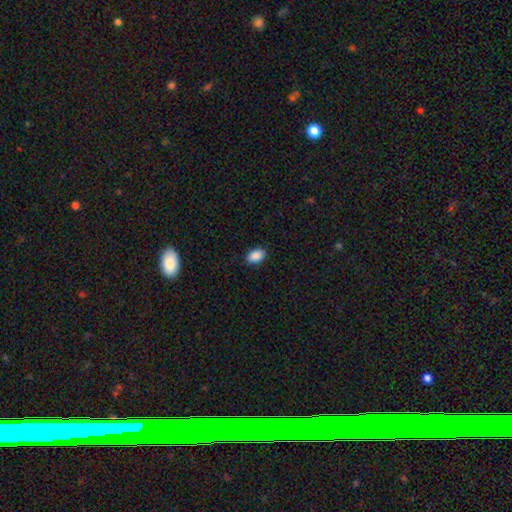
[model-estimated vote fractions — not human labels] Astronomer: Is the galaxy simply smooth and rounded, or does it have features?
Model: smooth — 89%.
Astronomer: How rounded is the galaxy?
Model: in between — 89%.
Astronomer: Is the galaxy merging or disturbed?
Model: none — 89%.